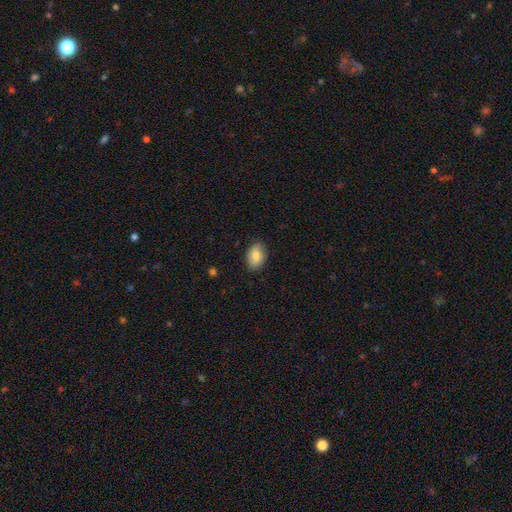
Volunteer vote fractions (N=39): Q: Smooth or featured?
A: smooth (90%); runner-up: star or artifact (8%)
Q: How rounded?
A: in between (74%); runner-up: round (26%)
Q: Merging?
A: none (78%); runner-up: minor disturbance (19%)